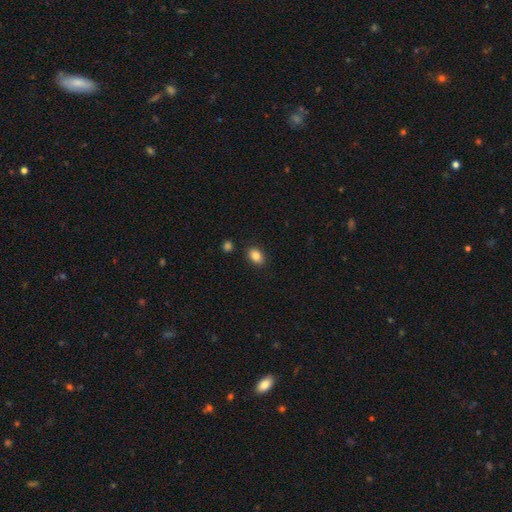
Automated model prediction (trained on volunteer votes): Overall: smooth (85%). How rounded: in between (75%). Merging: none (86%).